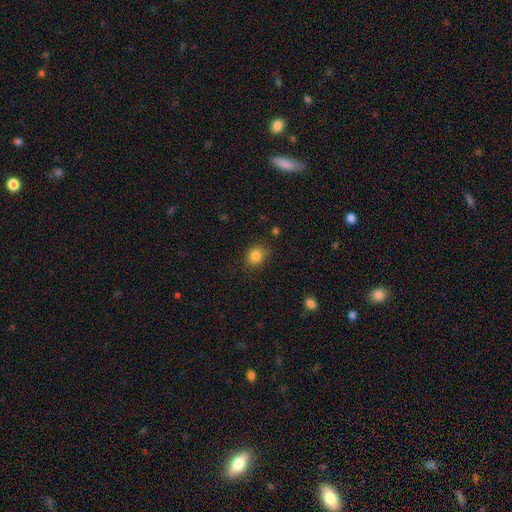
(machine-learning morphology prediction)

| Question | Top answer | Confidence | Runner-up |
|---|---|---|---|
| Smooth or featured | smooth | 84% | star or artifact (11%) |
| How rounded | round | 70% | in between (29%) |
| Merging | none | 82% | minor disturbance (13%) |